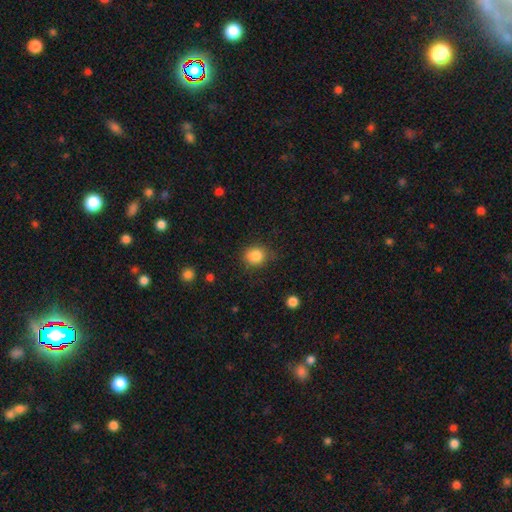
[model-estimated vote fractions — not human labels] Smooth or featured? Predicted: smooth (p=0.84). How rounded? Predicted: round (p=0.75). Merging? Predicted: none (p=0.78).